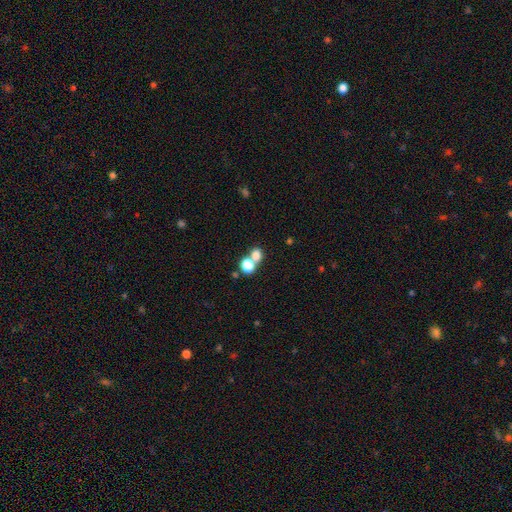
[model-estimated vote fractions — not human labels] This appears to be a smooth galaxy with no disk features (77%) that is round (66%). Merging: merger (48%).